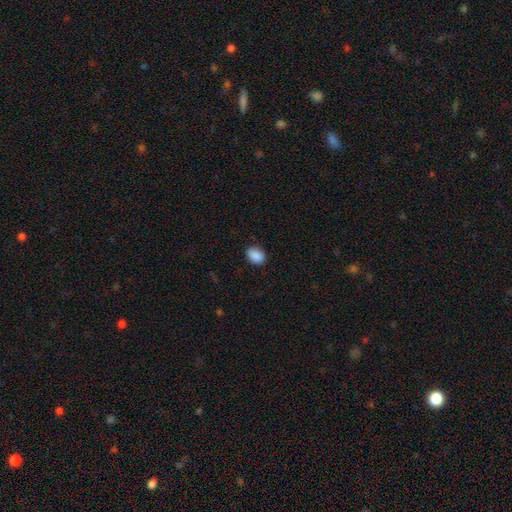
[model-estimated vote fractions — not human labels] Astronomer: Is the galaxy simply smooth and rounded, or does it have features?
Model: smooth — 90%.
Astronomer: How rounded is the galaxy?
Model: in between — 71%.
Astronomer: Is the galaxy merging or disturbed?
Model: none — 85%.